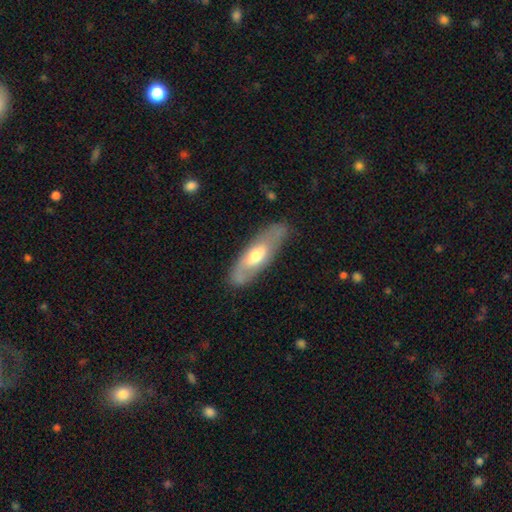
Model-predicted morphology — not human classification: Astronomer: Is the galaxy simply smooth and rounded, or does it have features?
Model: featured or disk — 53% (runner-up: smooth, 42%).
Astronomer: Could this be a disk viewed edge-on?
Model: no — 72%.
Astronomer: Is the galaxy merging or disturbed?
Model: none — 77%.